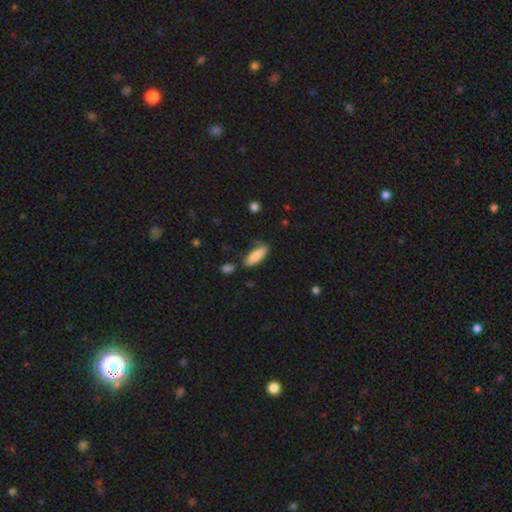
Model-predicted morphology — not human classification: Q: Smooth or featured?
A: smooth (85%); runner-up: featured or disk (9%)
Q: How rounded?
A: in between (62%); runner-up: cigar-shaped (36%)
Q: Merging?
A: none (68%); runner-up: minor disturbance (23%)